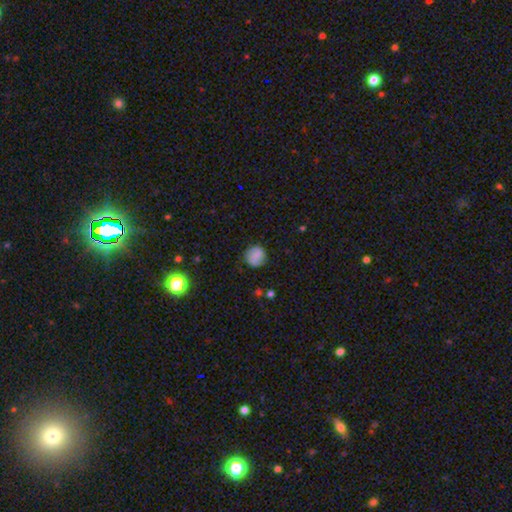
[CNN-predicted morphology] Q: Smooth or featured?
A: smooth (69%); runner-up: featured or disk (21%)
Q: How rounded?
A: round (87%); runner-up: in between (12%)
Q: Merging?
A: none (81%); runner-up: minor disturbance (13%)